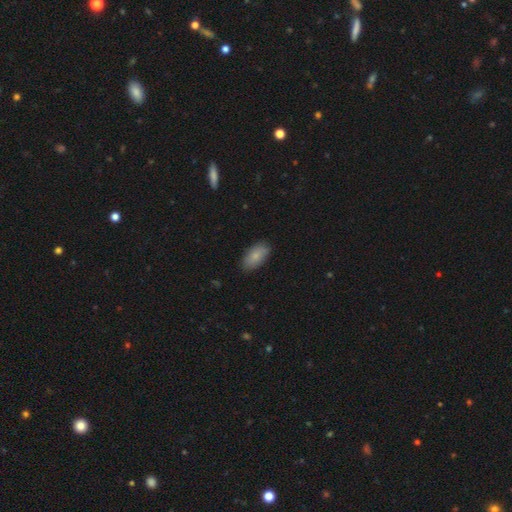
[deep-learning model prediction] Smooth or featured?
  - smooth: 84% *
  - featured or disk: 10%
  - star or artifact: 6%
How rounded?
  - in between: 93% *
  - cigar-shaped: 4%
  - round: 3%
Merging?
  - none: 83% *
  - minor disturbance: 14%
  - major disturbance: 2%
  - merger: 1%